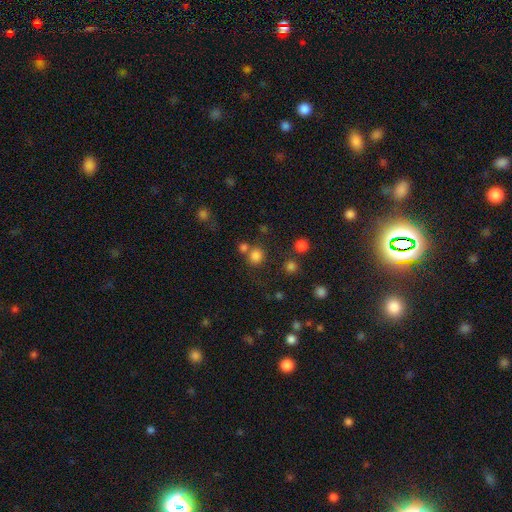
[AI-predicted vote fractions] smooth_or_featured: smooth (p=0.79) [alt: star or artifact p=0.16]
how_rounded: round (p=0.86) [alt: in between p=0.13]
merging: none (p=0.67) [alt: merger p=0.20]